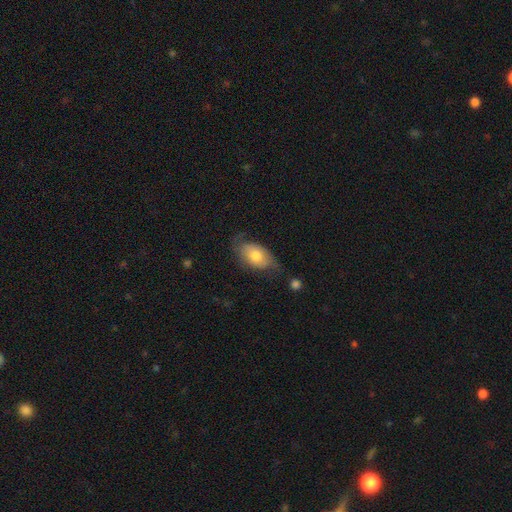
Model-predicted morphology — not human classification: Q: Smooth or featured?
A: smooth (66%); runner-up: featured or disk (28%)
Q: How rounded?
A: in between (90%); runner-up: round (8%)
Q: Merging?
A: none (50%); runner-up: minor disturbance (32%)